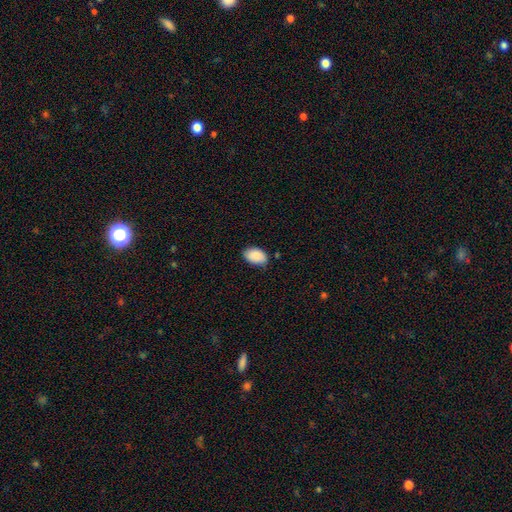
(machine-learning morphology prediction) This is clearly a smooth galaxy (90%). How rounded: clearly in between (91%). Merging: likely none (75%).